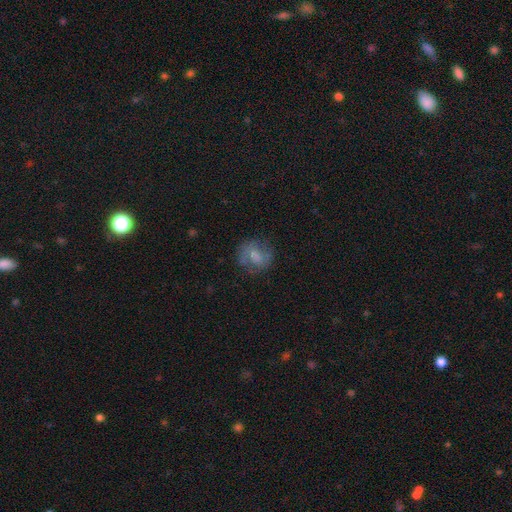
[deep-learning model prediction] The model was most divided on "smooth or featured": smooth: 55%, featured or disk: 36%, star or artifact: 9%. More confident: how rounded — round (67%); merging — none (66%).